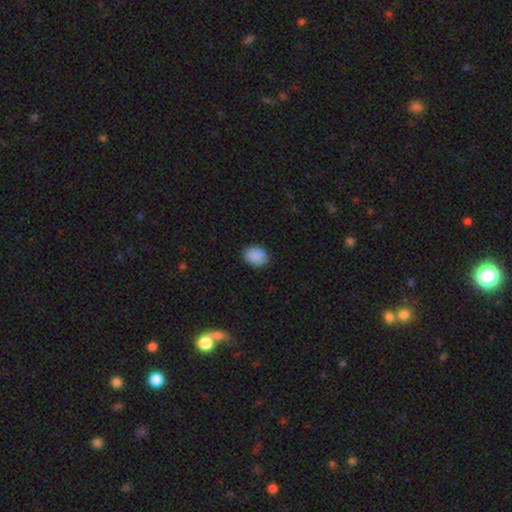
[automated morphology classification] A smooth galaxy with no disk features (88%) that is in between round and cigar-shaped (52%).

Vote fractions:
- Smooth or featured? smooth: 88% / star or artifact: 8% / featured or disk: 3%
- How rounded? in between: 52% / round: 47% / cigar-shaped: 1%
- Merging? none: 86% / minor disturbance: 11% / major disturbance: 2% / merger: 1%